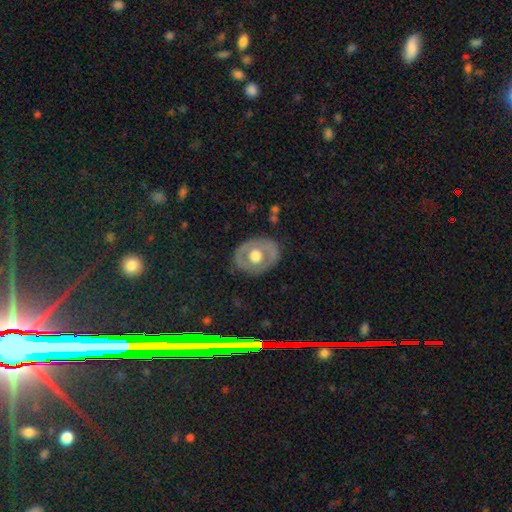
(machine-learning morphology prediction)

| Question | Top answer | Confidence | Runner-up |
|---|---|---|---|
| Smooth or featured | featured or disk | 55% | smooth (40%) |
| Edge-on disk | no | 93% | yes (7%) |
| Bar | no | 89% | weak (8%) |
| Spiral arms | no | 85% | yes (15%) |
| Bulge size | large | 50% | moderate (43%) |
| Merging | none | 78% | minor disturbance (15%) |